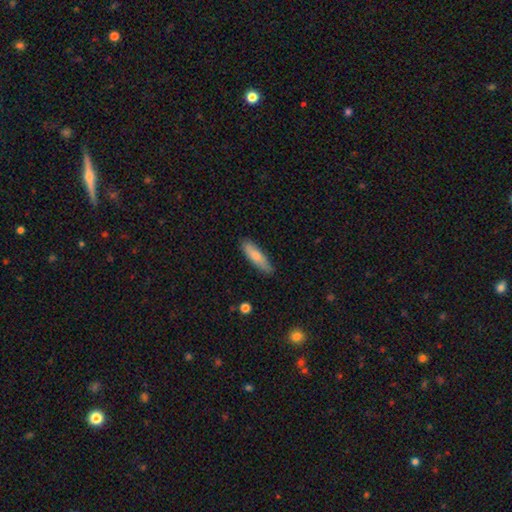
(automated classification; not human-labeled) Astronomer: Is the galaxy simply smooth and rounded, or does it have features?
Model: smooth — 77%.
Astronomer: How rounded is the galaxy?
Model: cigar-shaped — 61% (runner-up: in between, 37%).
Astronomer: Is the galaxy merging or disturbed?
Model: none — 81%.